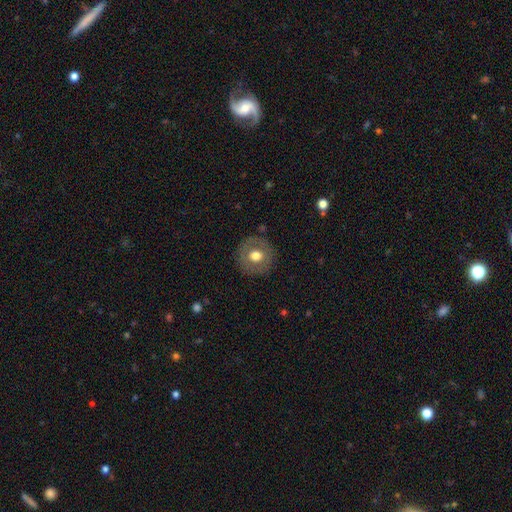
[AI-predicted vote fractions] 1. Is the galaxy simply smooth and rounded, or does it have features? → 63% smooth, 29% featured or disk, 8% star or artifact.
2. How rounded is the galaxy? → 93% round, 6% in between, 1% cigar-shaped.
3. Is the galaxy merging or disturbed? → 87% none, 8% minor disturbance, 3% major disturbance, 1% merger.